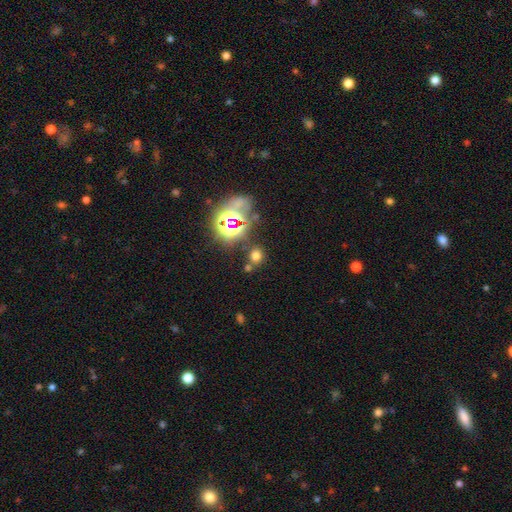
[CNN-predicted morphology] Overall: smooth (62%; star or artifact 31%). How rounded: round (79%). Merging: none (73%).